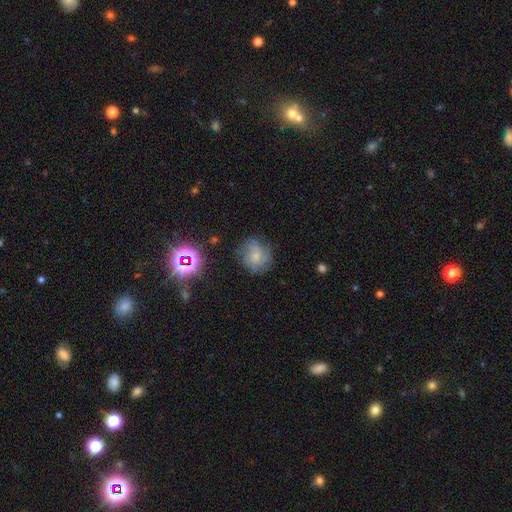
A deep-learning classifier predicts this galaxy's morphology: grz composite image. It shows a featured or disk galaxy (42%). Merging: none (69%).